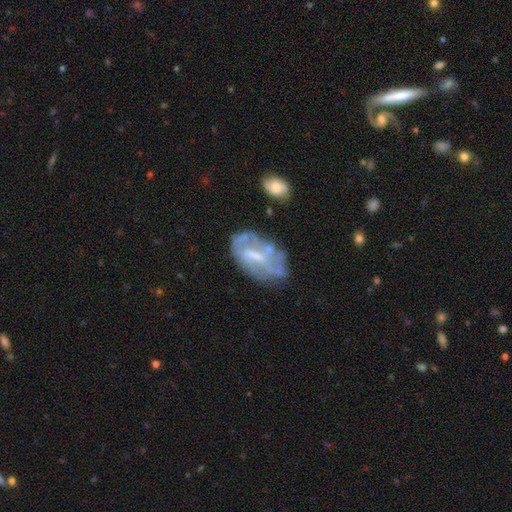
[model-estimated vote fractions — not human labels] Overall: featured or disk (68%). Edge-on disk: no (95%). Bar: weak (48%; no 33%). Spiral arms: yes (52%; no 48%). Bulge size: small (43%; moderate 32%). Merging: none (52%; minor disturbance 26%).